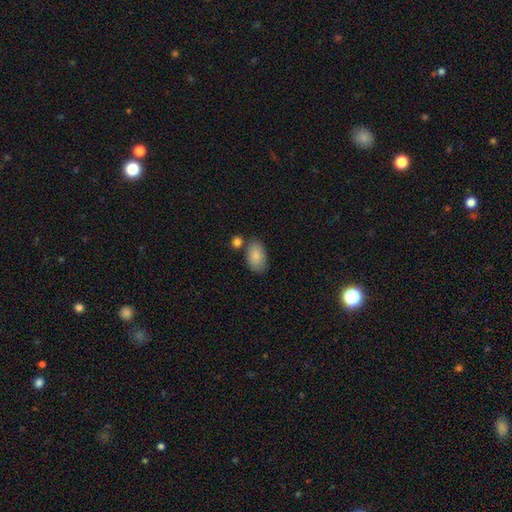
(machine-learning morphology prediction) Smooth or featured: smooth — 86% (featured or disk — 7%)
How rounded: in between — 93% (round — 5%)
Merging: none — 69% (minor disturbance — 16%)